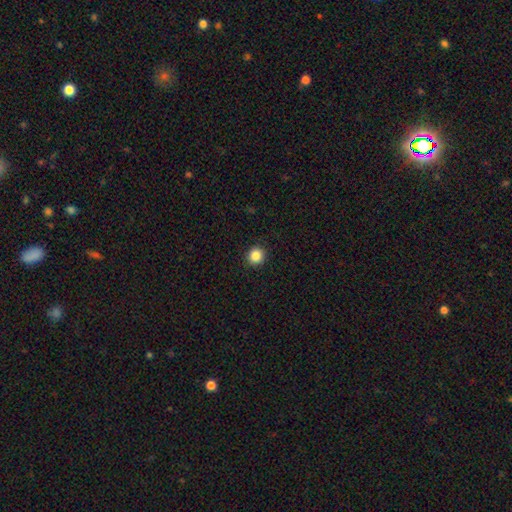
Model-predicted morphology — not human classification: The model was most divided on "smooth or featured": smooth: 85%, star or artifact: 11%, featured or disk: 4%. More confident: how rounded — round (94%); merging — none (92%).